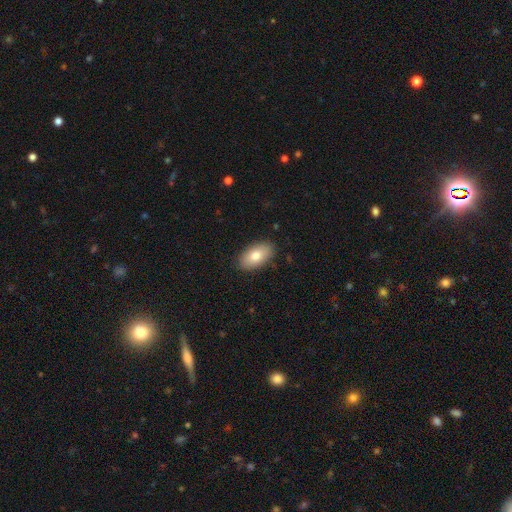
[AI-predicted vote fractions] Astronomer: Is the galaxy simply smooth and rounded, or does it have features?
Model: smooth — 78%.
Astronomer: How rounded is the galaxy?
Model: in between — 94%.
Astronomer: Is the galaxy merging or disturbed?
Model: none — 88%.